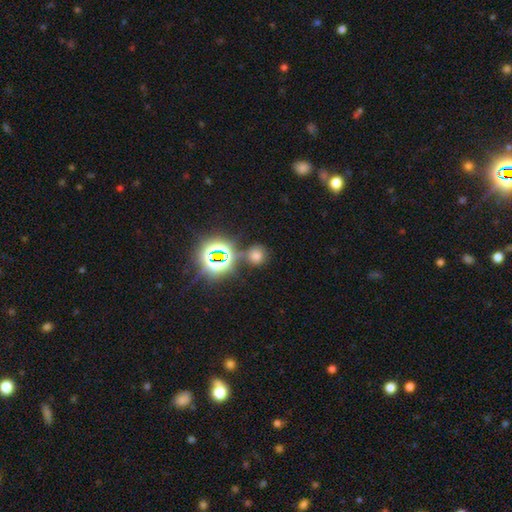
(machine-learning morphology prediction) Smooth or featured? Predicted: smooth (p=0.62). How rounded? Predicted: round (p=0.88). Merging? Predicted: none (p=0.74).